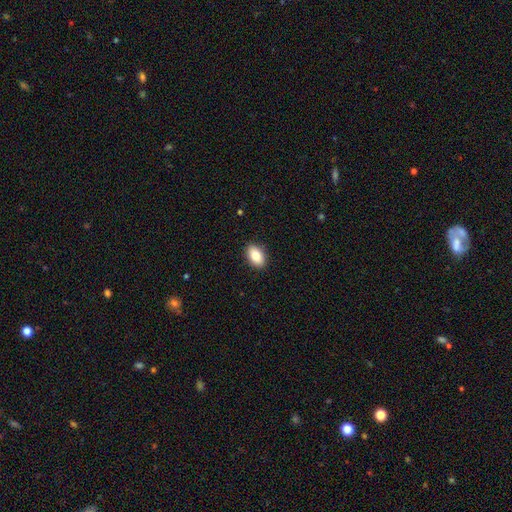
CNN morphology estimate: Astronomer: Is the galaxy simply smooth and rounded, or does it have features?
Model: smooth — 83%.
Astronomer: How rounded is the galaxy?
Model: in between — 90%.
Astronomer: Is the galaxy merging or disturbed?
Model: none — 90%.